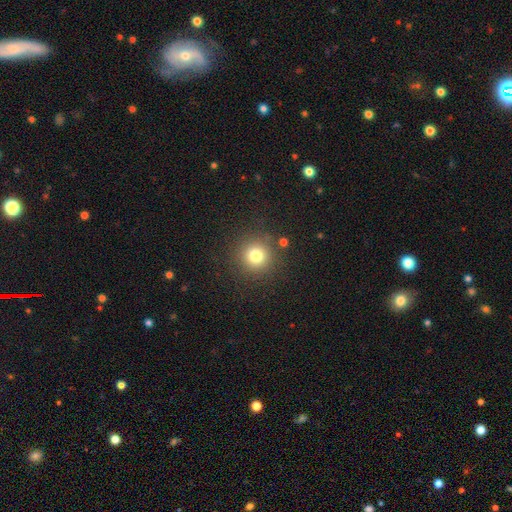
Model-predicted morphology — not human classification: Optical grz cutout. It shows a smooth galaxy with no disk features (78%) that is round (94%). Merging: none (88%).